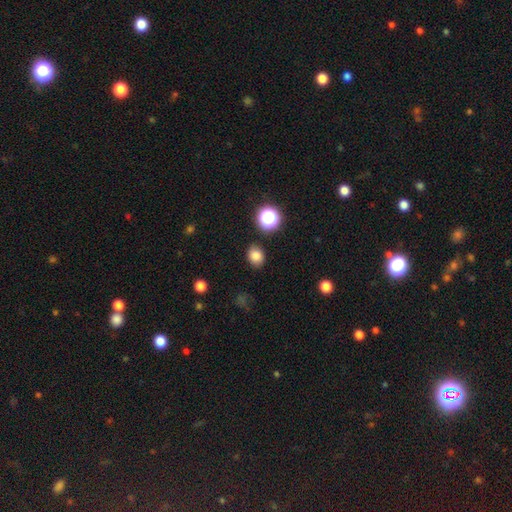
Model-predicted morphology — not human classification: smooth-or-featured: smooth: 81% | star or artifact: 13% | featured or disk: 5%
  how-rounded: round: 51% | in between: 48% | cigar-shaped: 1%
  merging: none: 86% | minor disturbance: 9% | major disturbance: 3% | merger: 2%